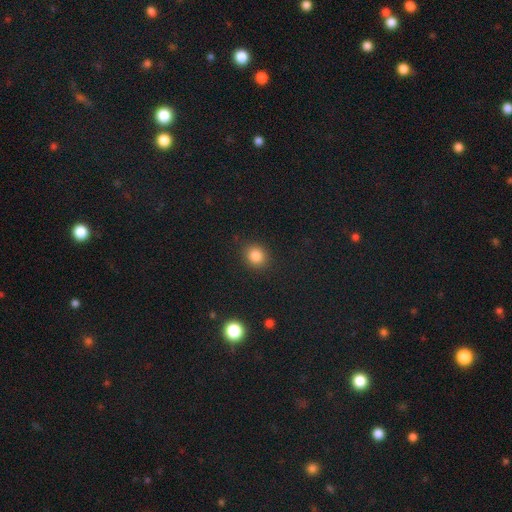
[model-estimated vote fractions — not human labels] Smooth or featured: smooth — 84% (star or artifact — 11%)
How rounded: round — 80% (in between — 19%)
Merging: none — 88% (minor disturbance — 8%)